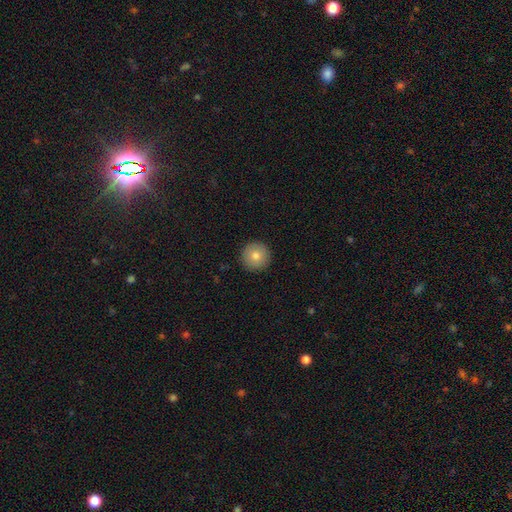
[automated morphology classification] Smooth or featured?
  - smooth: 79% *
  - featured or disk: 12%
  - star or artifact: 9%
How rounded?
  - round: 96% *
  - in between: 3%
  - cigar-shaped: 1%
Merging?
  - none: 93% *
  - minor disturbance: 5%
  - major disturbance: 1%
  - merger: 1%